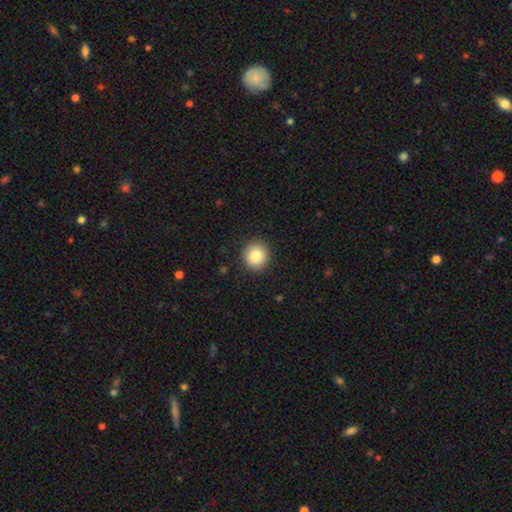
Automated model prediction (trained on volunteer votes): smooth_or_featured: smooth (p=0.86) [alt: star or artifact p=0.09]
how_rounded: round (p=0.91) [alt: in between p=0.08]
merging: none (p=0.91) [alt: minor disturbance p=0.06]